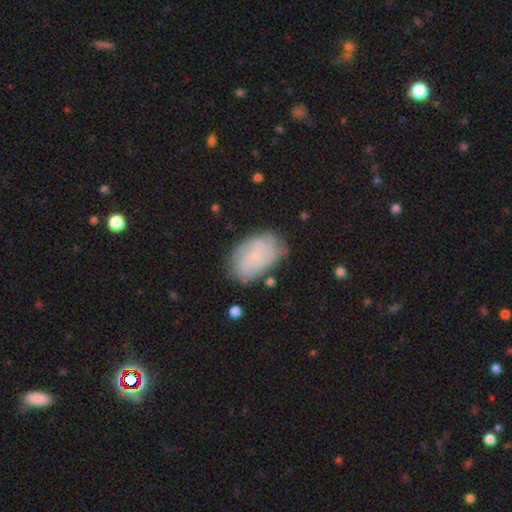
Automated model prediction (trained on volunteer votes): Q: Smooth or featured?
A: featured or disk (61%); runner-up: smooth (29%)
Q: Edge-on disk?
A: no (97%); runner-up: yes (3%)
Q: Bar?
A: no (68%); runner-up: weak (27%)
Q: Spiral arms?
A: yes (91%); runner-up: no (9%)
Q: Spiral winding?
A: tight (54%); runner-up: medium (34%)
Q: Spiral arm count?
A: can't tell (35%); runner-up: 3 (22%)
Q: Bulge size?
A: small (56%); runner-up: none (31%)
Q: Merging?
A: none (73%); runner-up: minor disturbance (19%)